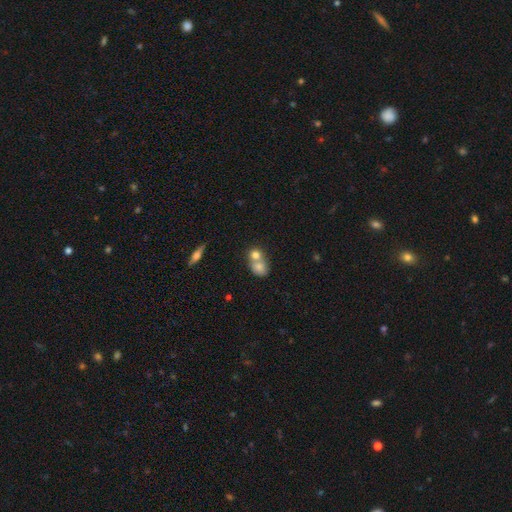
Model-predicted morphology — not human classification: Overall: smooth (75%). How rounded: round (65%; in between 33%). Merging: merger (59%; none 31%).